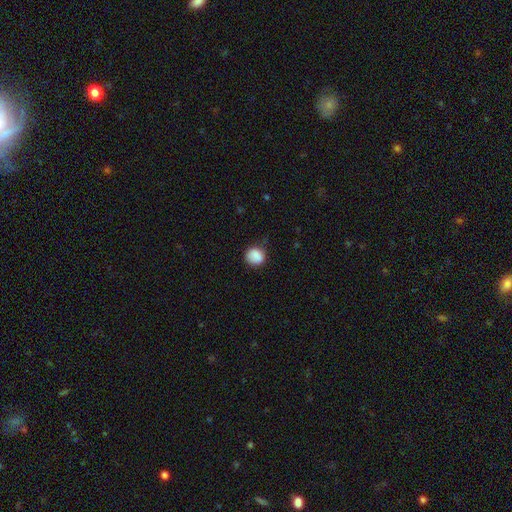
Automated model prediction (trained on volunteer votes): Q: Smooth or featured?
A: smooth (86%); runner-up: star or artifact (8%)
Q: How rounded?
A: round (84%); runner-up: in between (15%)
Q: Merging?
A: none (69%); runner-up: minor disturbance (24%)